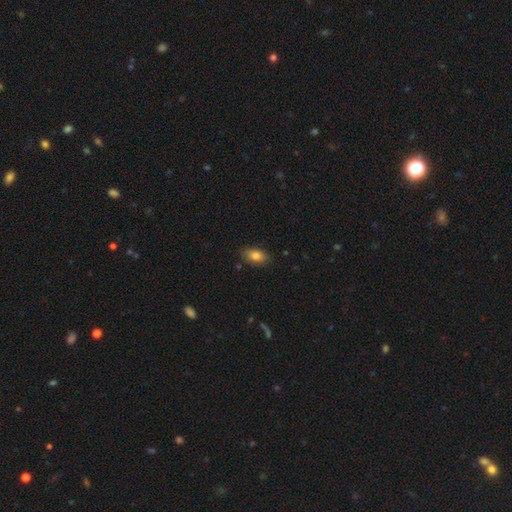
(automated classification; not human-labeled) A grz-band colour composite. It shows a smooth galaxy with no disk features (83%) that is in between round and cigar-shaped (89%). Merging: none (82%).